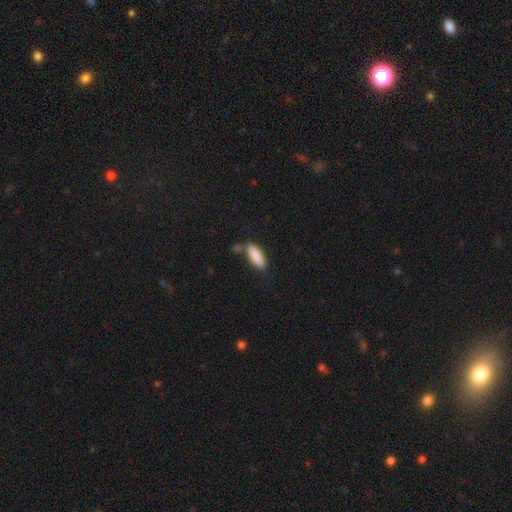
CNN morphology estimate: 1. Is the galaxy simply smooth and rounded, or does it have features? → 88% smooth, 6% featured or disk, 6% star or artifact.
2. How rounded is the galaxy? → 66% in between, 32% cigar-shaped, 2% round.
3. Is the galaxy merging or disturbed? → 68% none, 16% minor disturbance, 11% merger, 4% major disturbance.